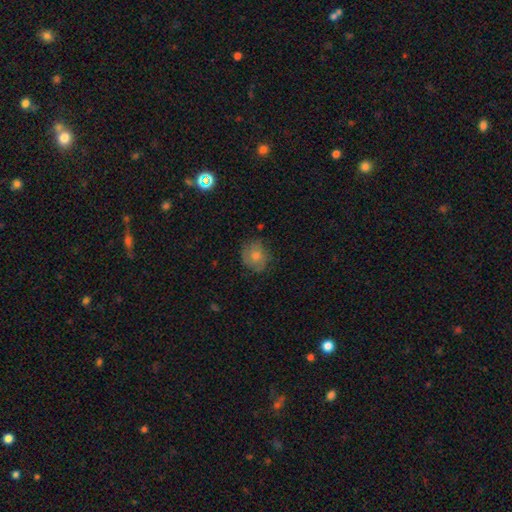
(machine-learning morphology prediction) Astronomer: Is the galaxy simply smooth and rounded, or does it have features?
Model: smooth — 61%.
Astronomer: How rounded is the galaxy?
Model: round — 77%.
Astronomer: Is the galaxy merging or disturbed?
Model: none — 77%.